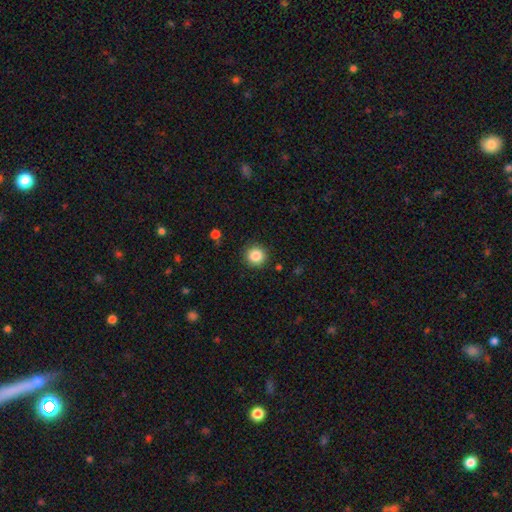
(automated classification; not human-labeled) This is clearly a smooth galaxy (86%). How rounded: clearly round (94%). Merging: clearly none (91%).